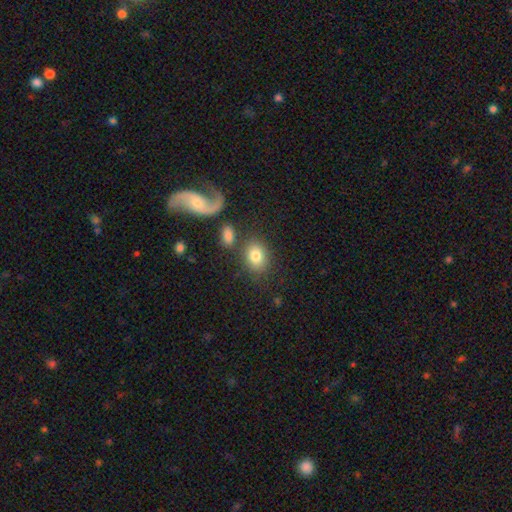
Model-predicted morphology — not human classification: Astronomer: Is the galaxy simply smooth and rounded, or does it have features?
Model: smooth — 79%.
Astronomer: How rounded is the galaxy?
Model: in between — 62% (runner-up: round, 37%).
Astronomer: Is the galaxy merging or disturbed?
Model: none — 74%.